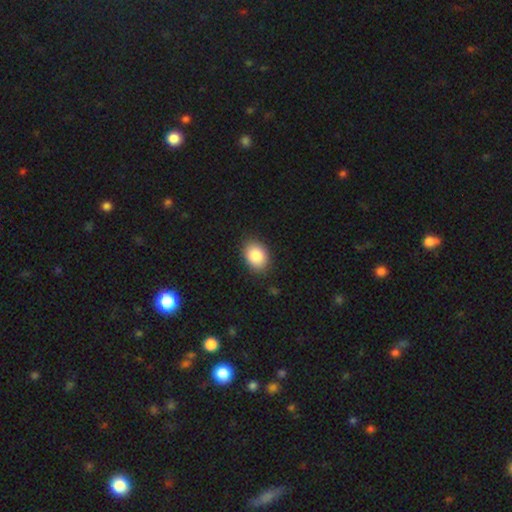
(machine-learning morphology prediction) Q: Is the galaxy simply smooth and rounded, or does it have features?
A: smooth — 87%.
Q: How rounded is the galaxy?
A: in between — 74%.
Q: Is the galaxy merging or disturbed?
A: none — 86%.